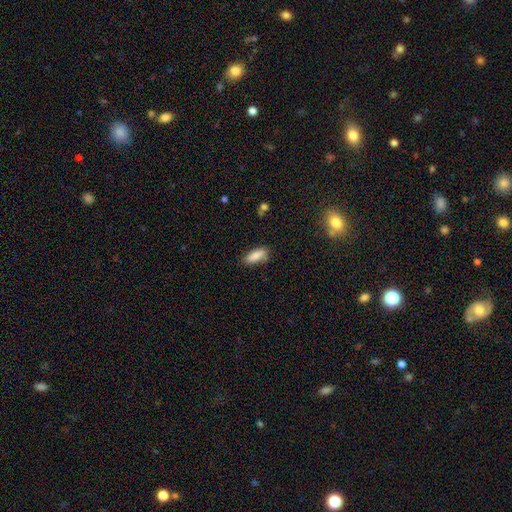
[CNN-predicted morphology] This appears to be a smooth galaxy with no disk features (85%) that is in between round and cigar-shaped (79%). Merging: none (77%).